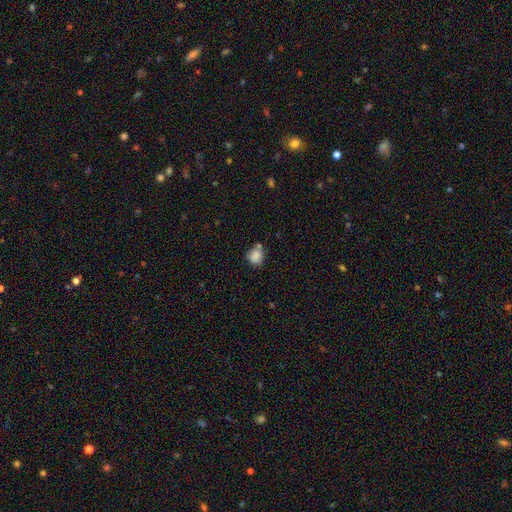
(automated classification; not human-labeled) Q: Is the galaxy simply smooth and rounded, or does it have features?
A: smooth — 84%.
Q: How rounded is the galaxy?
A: round — 78%.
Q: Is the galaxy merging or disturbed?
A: none — 58%.